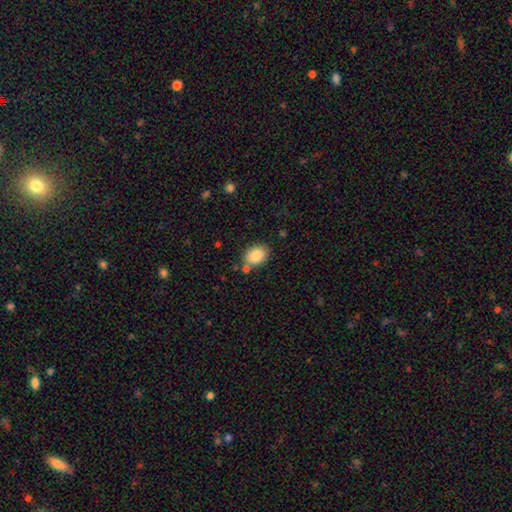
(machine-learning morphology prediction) The model was most divided on "how rounded": in between: 72%, round: 27%, cigar-shaped: 1%. More confident: smooth or featured — smooth (87%); merging — none (74%).